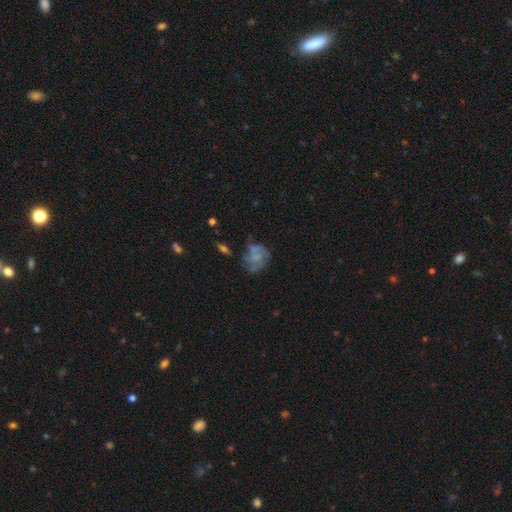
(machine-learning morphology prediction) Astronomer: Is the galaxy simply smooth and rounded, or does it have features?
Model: featured or disk — 48% (runner-up: smooth, 42%).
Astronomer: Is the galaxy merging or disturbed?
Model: none — 44% (runner-up: minor disturbance, 25%).